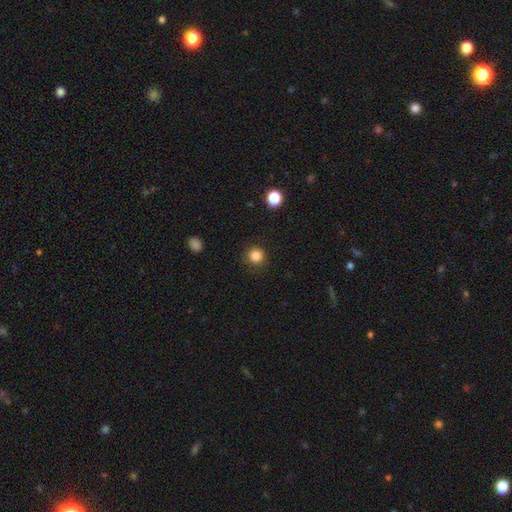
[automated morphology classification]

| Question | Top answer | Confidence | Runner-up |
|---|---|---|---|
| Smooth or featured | smooth | 86% | star or artifact (11%) |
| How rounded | round | 94% | in between (5%) |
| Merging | none | 87% | minor disturbance (8%) |